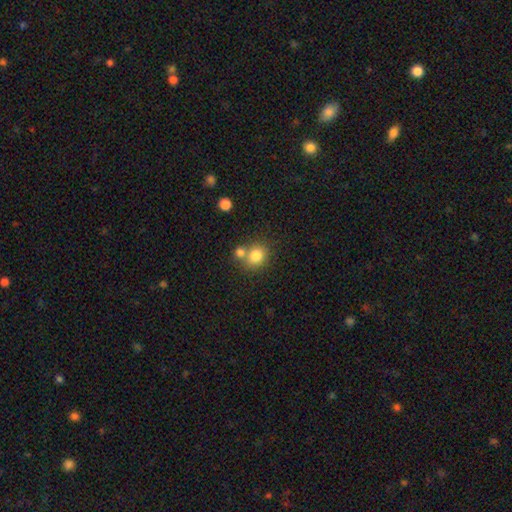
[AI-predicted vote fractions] Smooth or featured? smooth (81%)
How rounded? round (76%)
Merging? none (56%)